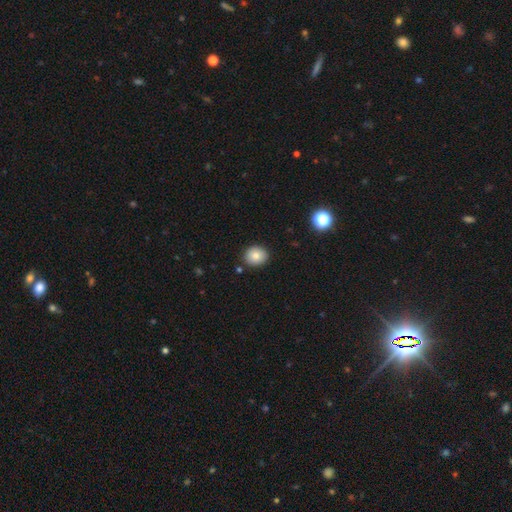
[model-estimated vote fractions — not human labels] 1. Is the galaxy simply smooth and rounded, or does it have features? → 80% smooth, 10% featured or disk, 10% star or artifact.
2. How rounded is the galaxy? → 73% round, 26% in between, 1% cigar-shaped.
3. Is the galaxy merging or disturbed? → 87% none, 8% minor disturbance, 3% merger, 2% major disturbance.